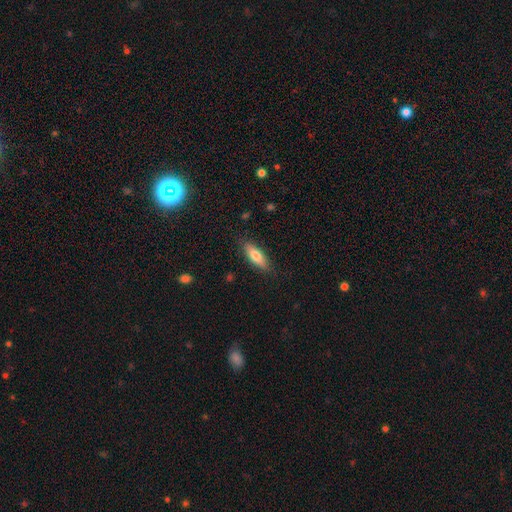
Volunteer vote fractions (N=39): Smooth or featured? smooth (90%)
How rounded? in between (51%)
Merging? none (89%)